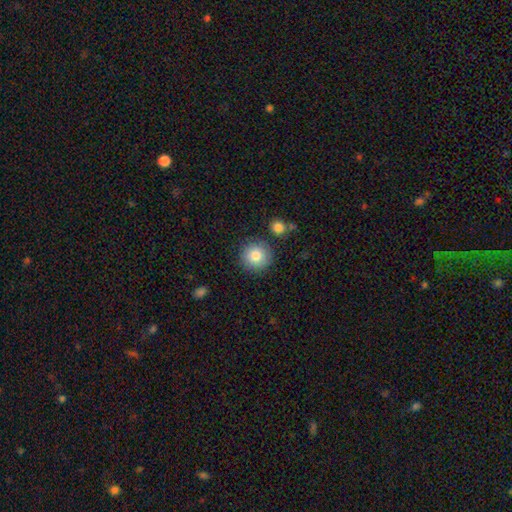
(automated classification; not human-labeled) Smooth or featured?
  - smooth: 83% *
  - star or artifact: 9%
  - featured or disk: 8%
How rounded?
  - round: 95% *
  - in between: 5%
  - cigar-shaped: 1%
Merging?
  - none: 85% *
  - minor disturbance: 8%
  - merger: 4%
  - major disturbance: 3%